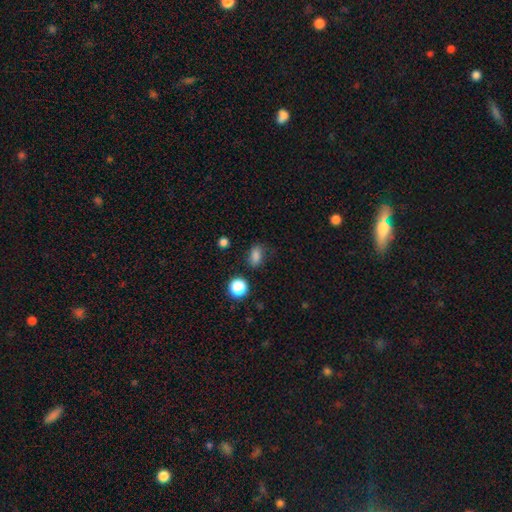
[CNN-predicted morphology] This appears to be a smooth galaxy with no disk features (80%) that is in between round and cigar-shaped (72%). Merging: none (71%).